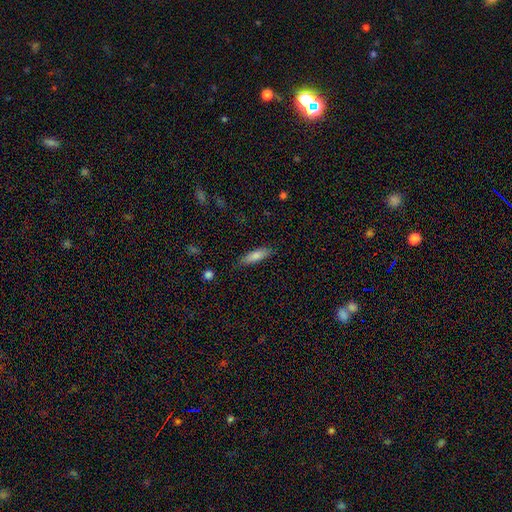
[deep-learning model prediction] This appears to be a smooth galaxy with no disk features (81%) that is cigar-shaped (56%). Merging: none (83%).